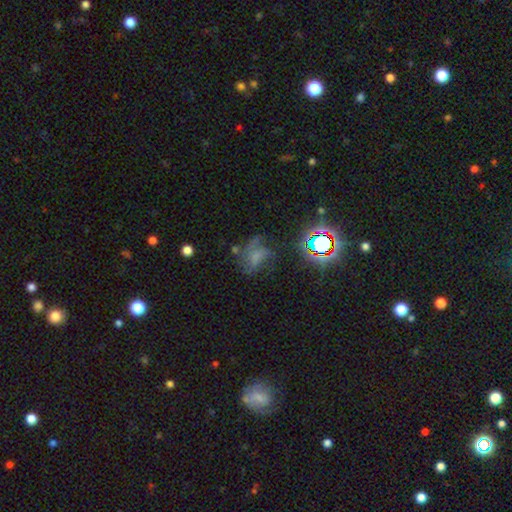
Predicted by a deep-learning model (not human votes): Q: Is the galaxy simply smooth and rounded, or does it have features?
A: featured or disk — 39%.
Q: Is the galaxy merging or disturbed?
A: none — 41%.